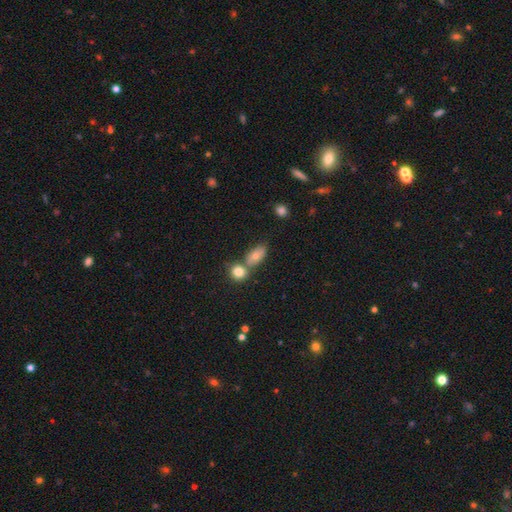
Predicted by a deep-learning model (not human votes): This is likely a smooth galaxy (76%). How rounded: clearly in between (84%). Merging: possibly none (49%).